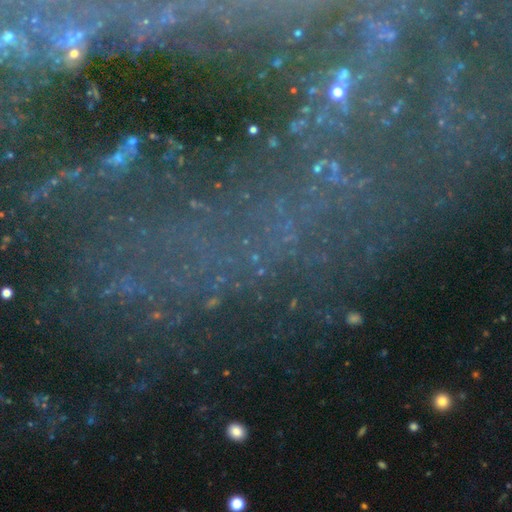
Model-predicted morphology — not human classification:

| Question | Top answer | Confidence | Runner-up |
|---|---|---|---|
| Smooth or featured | star or artifact | 52% | featured or disk (34%) |